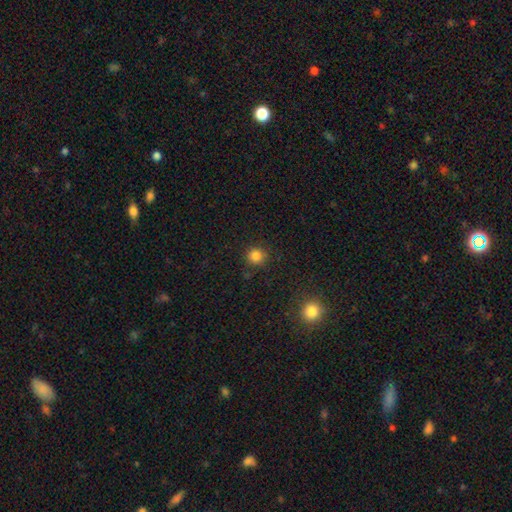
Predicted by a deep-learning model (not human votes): Overall: smooth (83%). How rounded: round (92%). Merging: none (86%).